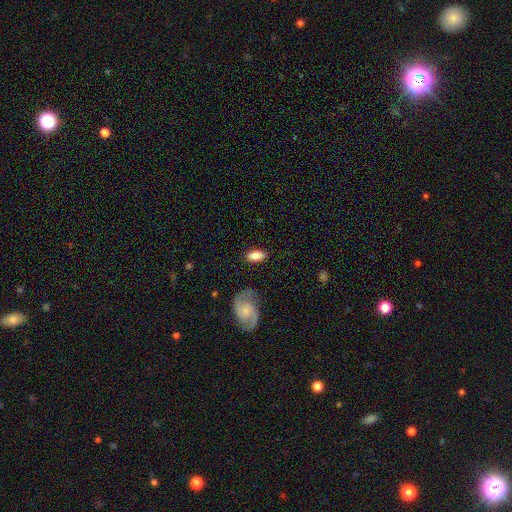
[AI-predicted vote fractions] A smooth galaxy with no disk features (79%) that is in between round and cigar-shaped (93%).

Vote fractions:
- Smooth or featured? smooth: 79% / featured or disk: 15% / star or artifact: 6%
- How rounded? in between: 93% / round: 4% / cigar-shaped: 4%
- Merging? none: 81% / minor disturbance: 12% / major disturbance: 4% / merger: 3%